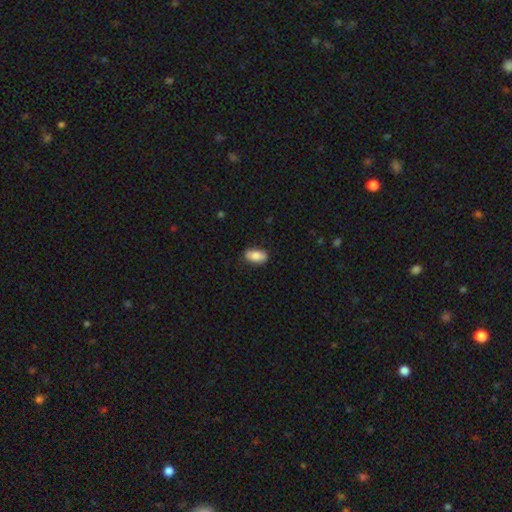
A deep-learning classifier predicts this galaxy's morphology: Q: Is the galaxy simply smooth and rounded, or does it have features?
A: smooth — 82%.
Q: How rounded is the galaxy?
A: in between — 90%.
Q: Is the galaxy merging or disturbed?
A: none — 84%.